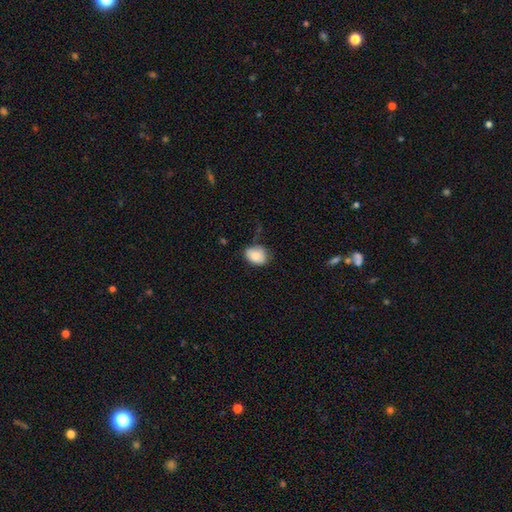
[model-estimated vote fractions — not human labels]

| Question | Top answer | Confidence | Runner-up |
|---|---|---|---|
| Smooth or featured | smooth | 85% | featured or disk (8%) |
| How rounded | in between | 69% | round (30%) |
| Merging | none | 63% | minor disturbance (29%) |